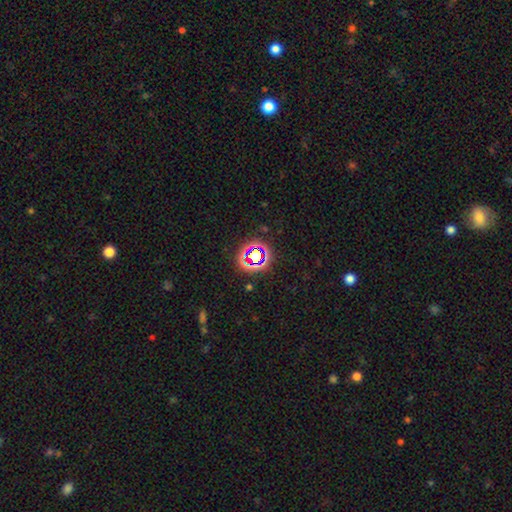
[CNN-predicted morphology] Smooth or featured: star or artifact — 67% (smooth — 22%)